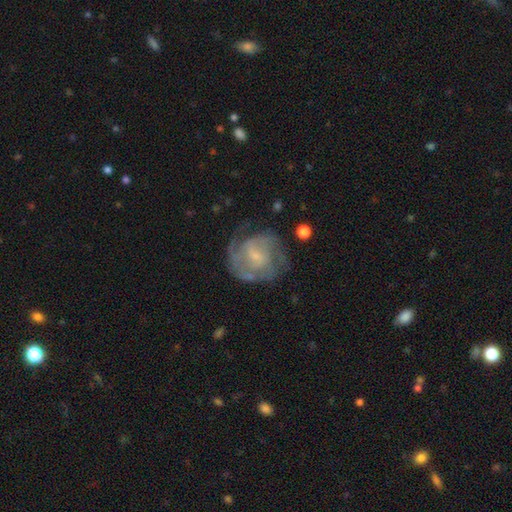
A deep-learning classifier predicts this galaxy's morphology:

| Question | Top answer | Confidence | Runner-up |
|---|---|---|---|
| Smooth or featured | featured or disk | 77% | smooth (17%) |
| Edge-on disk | no | 98% | yes (2%) |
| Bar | weak | 47% | no (44%) |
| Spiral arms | yes | 88% | no (12%) |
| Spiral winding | tight | 47% | medium (40%) |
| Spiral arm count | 2 | 35% | can't tell (33%) |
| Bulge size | small | 64% | moderate (23%) |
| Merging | none | 63% | minor disturbance (20%) |